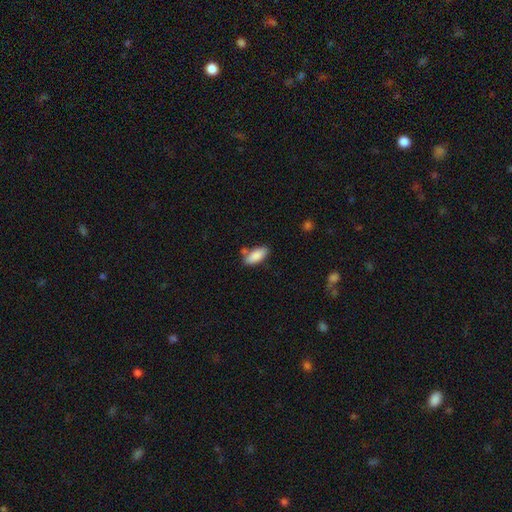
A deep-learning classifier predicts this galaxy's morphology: Smooth or featured? Predicted: smooth (p=0.87). How rounded? Predicted: in between (p=0.85). Merging? Predicted: none (p=0.71).